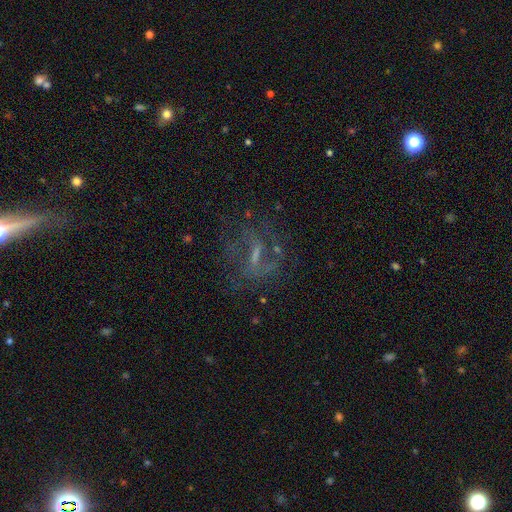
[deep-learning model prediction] smooth-or-featured: featured or disk: 64% | smooth: 18% | star or artifact: 18%
  disk-edge-on: no: 92% | yes: 8%
    bar: weak: 46% | strong: 30% | no: 24%
    has-spiral-arms: yes: 67% | no: 33%
    bulge-size: small: 40% | none: 35% | moderate: 22% | large: 3% | dominant: 1%
  merging: none: 60% | major disturbance: 20% | minor disturbance: 17% | merger: 4%